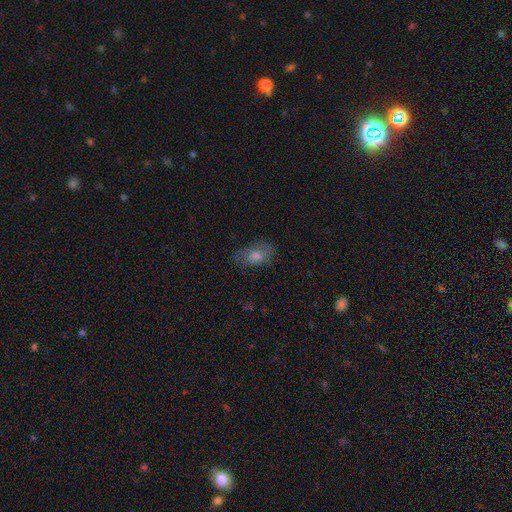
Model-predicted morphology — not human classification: A smooth galaxy with no disk features (59%) that is in between round and cigar-shaped (85%). Merging: none (71%).